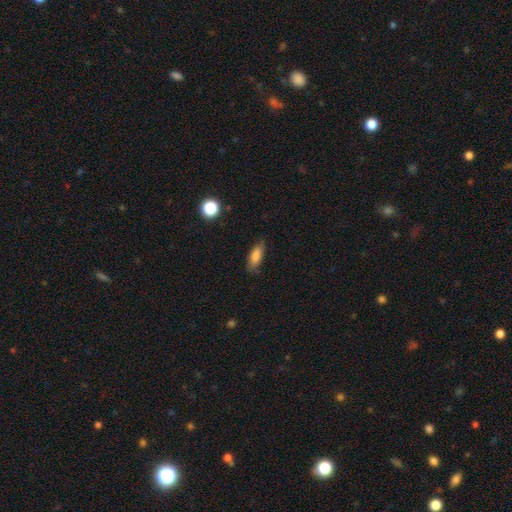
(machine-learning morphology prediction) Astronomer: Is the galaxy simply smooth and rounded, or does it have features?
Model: smooth — 82%.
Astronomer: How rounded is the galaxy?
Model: in between — 70%.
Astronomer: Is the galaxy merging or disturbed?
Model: none — 76%.